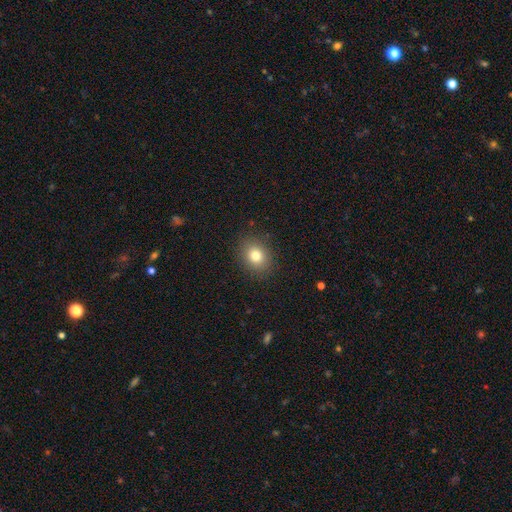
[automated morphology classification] Smooth or featured?
  - smooth: 80% *
  - star or artifact: 12%
  - featured or disk: 8%
How rounded?
  - round: 58% *
  - in between: 41%
  - cigar-shaped: 1%
Merging?
  - none: 88% *
  - minor disturbance: 8%
  - major disturbance: 3%
  - merger: 1%